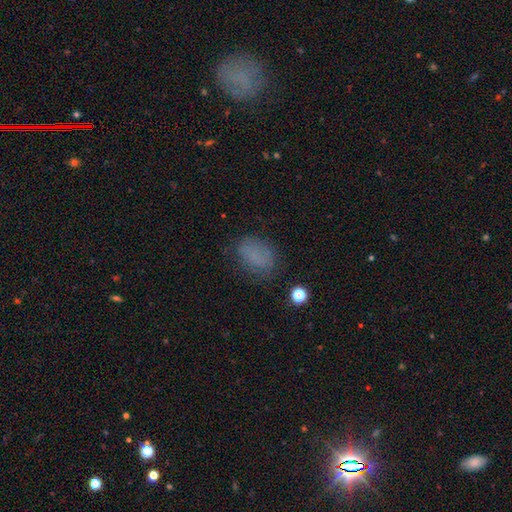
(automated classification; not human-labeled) Smooth or featured: smooth — 70% (star or artifact — 17%)
How rounded: in between — 74% (round — 25%)
Merging: none — 68% (minor disturbance — 20%)